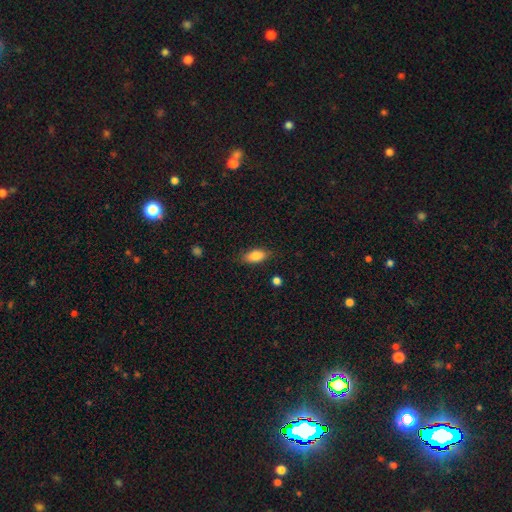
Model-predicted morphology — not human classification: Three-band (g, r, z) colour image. It shows a smooth galaxy with no disk features (83%) that is in between round and cigar-shaped (86%). Merging: none (82%).